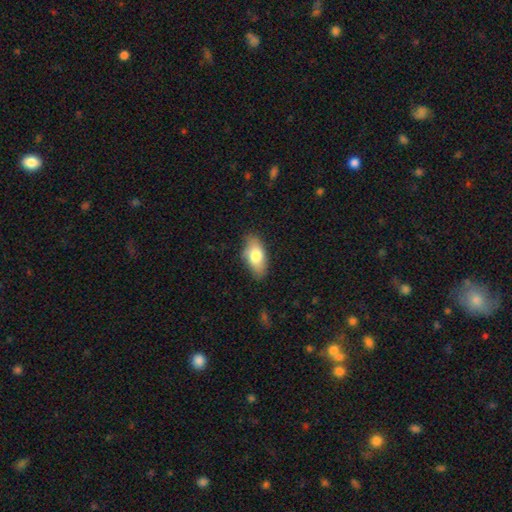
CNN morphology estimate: Smooth or featured?
  - smooth: 76% *
  - featured or disk: 17%
  - star or artifact: 7%
How rounded?
  - in between: 88% *
  - cigar-shaped: 8%
  - round: 4%
Merging?
  - none: 79% *
  - minor disturbance: 16%
  - major disturbance: 3%
  - merger: 1%